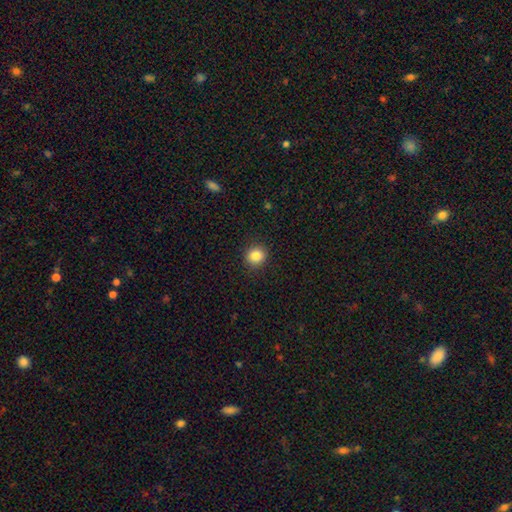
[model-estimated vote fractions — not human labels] Morphology: type=smooth (85%); roundness=round (86%); merging=none (91%).